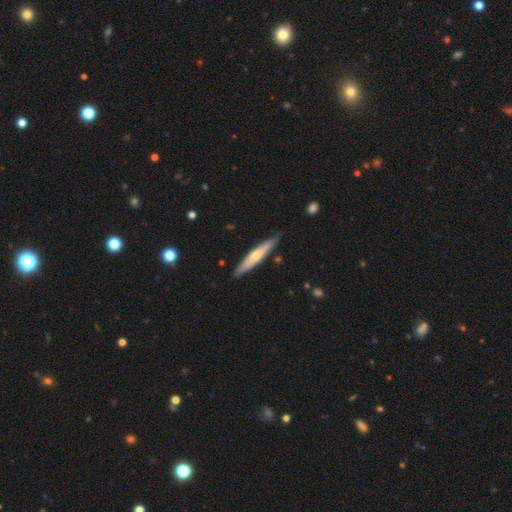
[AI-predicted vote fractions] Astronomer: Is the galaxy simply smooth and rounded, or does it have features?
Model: smooth — 48% (runner-up: featured or disk, 47%).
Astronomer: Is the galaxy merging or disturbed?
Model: none — 85%.